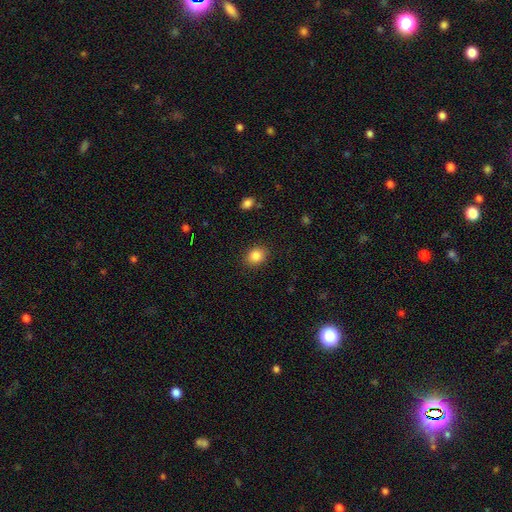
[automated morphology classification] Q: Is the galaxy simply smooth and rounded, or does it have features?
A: smooth — 85%.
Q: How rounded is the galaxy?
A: round — 60%.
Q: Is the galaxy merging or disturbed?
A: none — 88%.